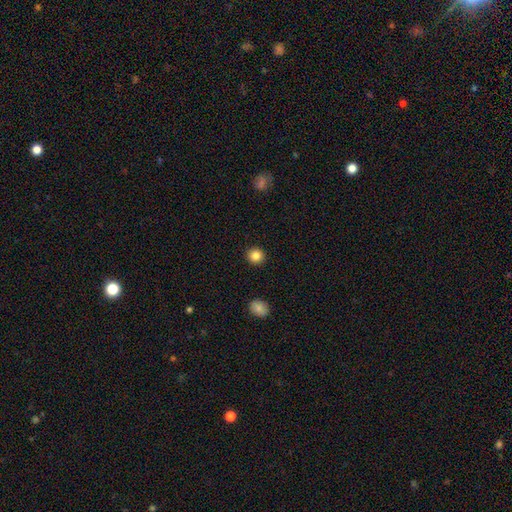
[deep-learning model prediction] A smooth galaxy with no disk features (85%) that is round (91%).

Vote fractions:
- Smooth or featured? smooth: 85% / star or artifact: 11% / featured or disk: 5%
- How rounded? round: 91% / in between: 9% / cigar-shaped: 1%
- Merging? none: 93% / minor disturbance: 5% / major disturbance: 2% / merger: 1%